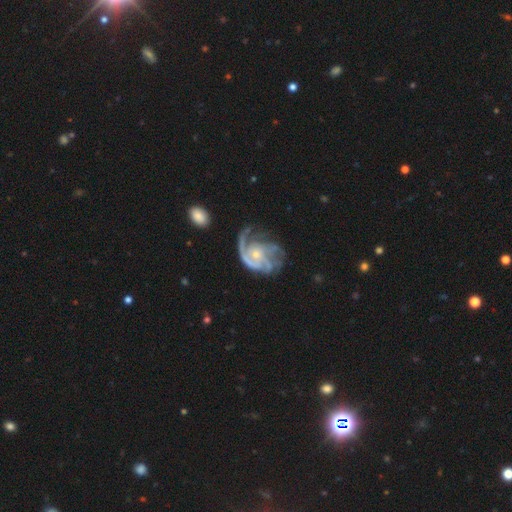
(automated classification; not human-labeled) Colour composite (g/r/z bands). It shows a featured or disk galaxy (90%) with no bar (72%), 3 (34%) medium (45%) spiral arms (97%) and a small central bulge (67%). Merging: none (47%).